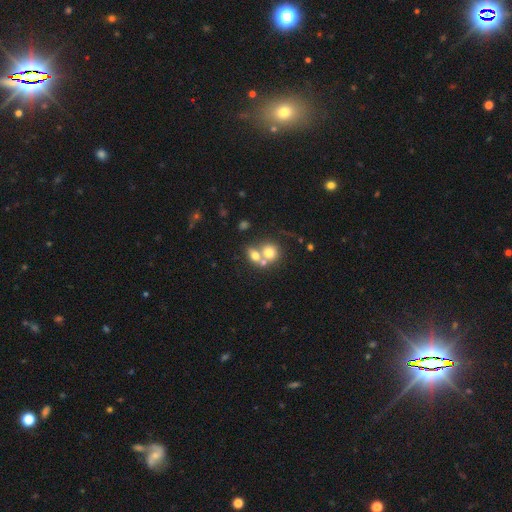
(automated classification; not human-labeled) The model was most divided on "merging": merger: 55%, none: 34%, minor disturbance: 7%, major disturbance: 5%. More confident: how rounded — round (75%); smooth or featured — smooth (57%).